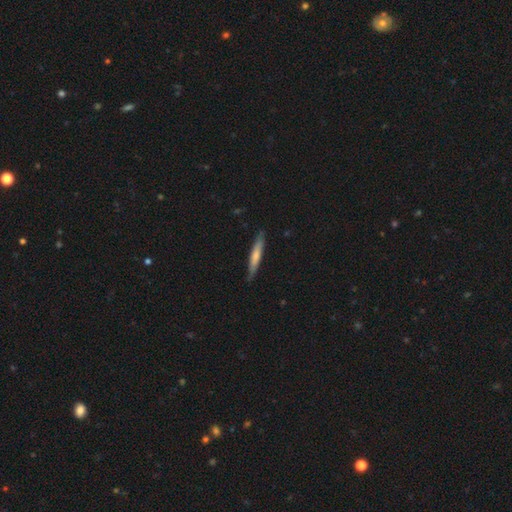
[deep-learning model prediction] smooth_or_featured: smooth (p=0.62) [alt: featured or disk p=0.33]
how_rounded: cigar-shaped (p=0.93) [alt: in between p=0.06]
merging: none (p=0.83) [alt: minor disturbance p=0.13]